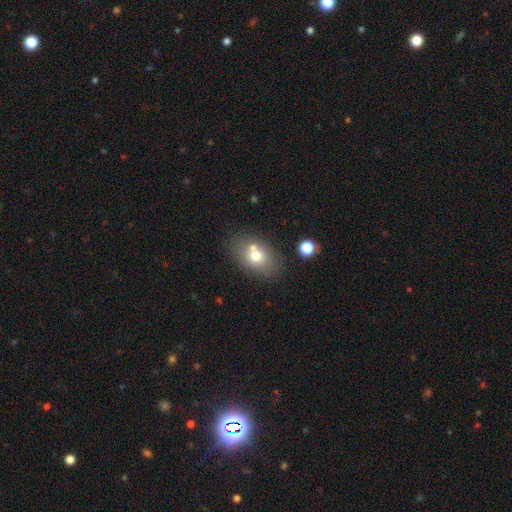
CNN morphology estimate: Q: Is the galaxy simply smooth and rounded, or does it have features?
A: smooth — 70%.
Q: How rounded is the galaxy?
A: in between — 74%.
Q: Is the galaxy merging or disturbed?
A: none — 65%.